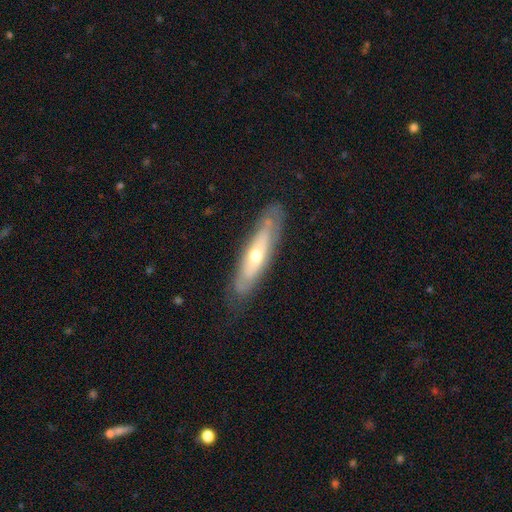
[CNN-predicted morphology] Q: Smooth or featured?
A: featured or disk (64%); runner-up: smooth (29%)
Q: Edge-on disk?
A: no (51%); runner-up: yes (49%)
Q: Merging?
A: none (79%); runner-up: minor disturbance (16%)